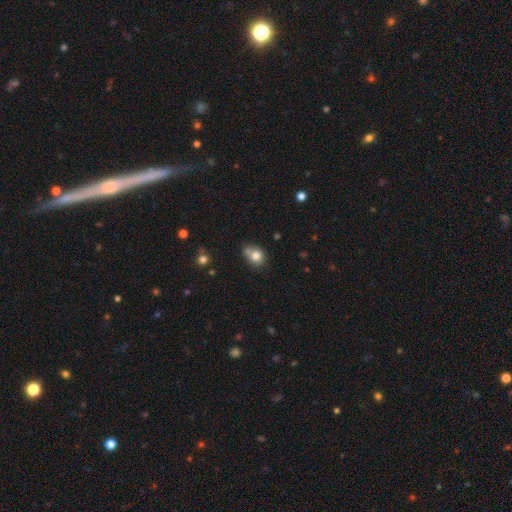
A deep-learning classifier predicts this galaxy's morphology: smooth-or-featured: smooth: 78% | featured or disk: 12% | star or artifact: 11%
  how-rounded: round: 55% | in between: 44% | cigar-shaped: 1%
  merging: none: 53% | minor disturbance: 21% | merger: 20% | major disturbance: 6%